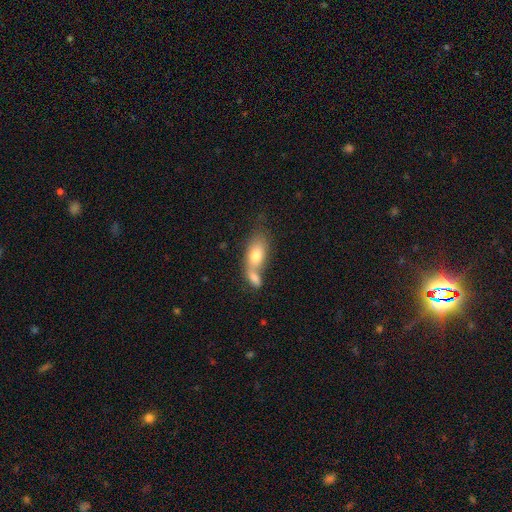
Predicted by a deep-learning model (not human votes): A smooth galaxy with no disk features (73%) that is in between round and cigar-shaped (86%). Merging: merger (59%).